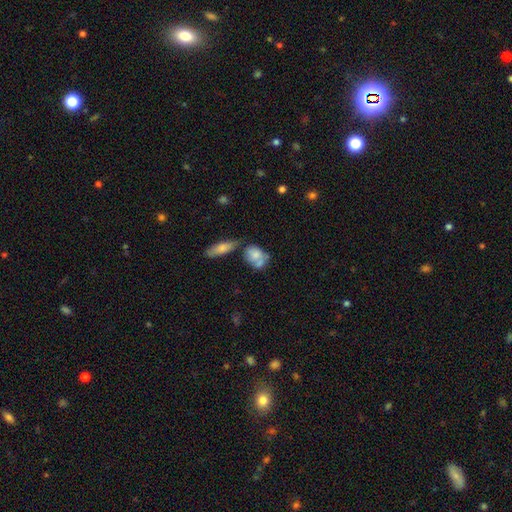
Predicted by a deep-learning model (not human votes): Morphology: type=smooth (70%); roundness=in between (69%); merging=none (37%).